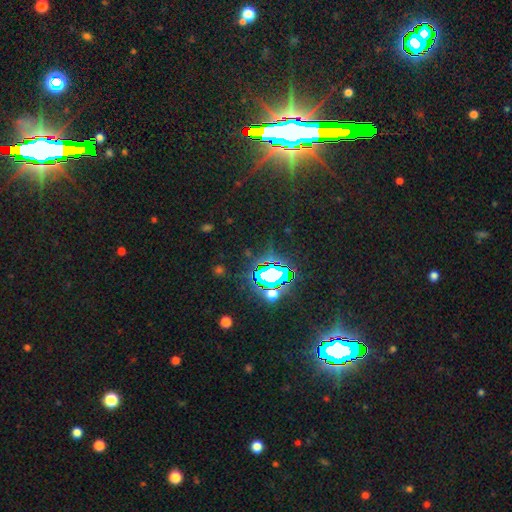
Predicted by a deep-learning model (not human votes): Overall: star or artifact (83%).